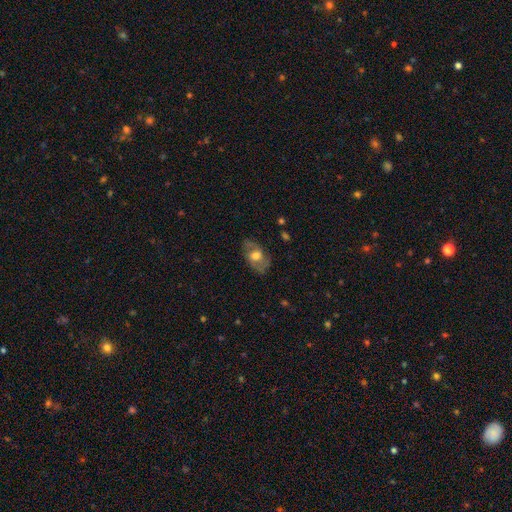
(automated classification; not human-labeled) This is possibly a featured or disk galaxy (58%). It is clearly not viewed edge-on (93%). Bar: likely no (62%). Spiral arm pattern: likely yes (70%). Central bulge: possibly moderate (55%). Merging: likely none (72%).